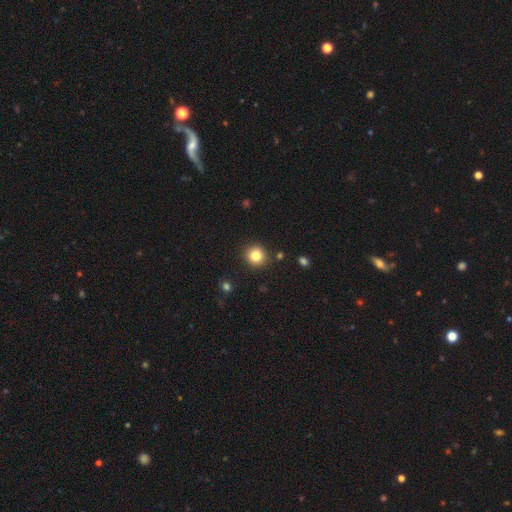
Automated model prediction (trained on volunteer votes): Smooth or featured?
  - smooth: 82% *
  - star or artifact: 11%
  - featured or disk: 6%
How rounded?
  - round: 91% *
  - in between: 8%
  - cigar-shaped: 1%
Merging?
  - none: 89% *
  - minor disturbance: 6%
  - merger: 2%
  - major disturbance: 2%